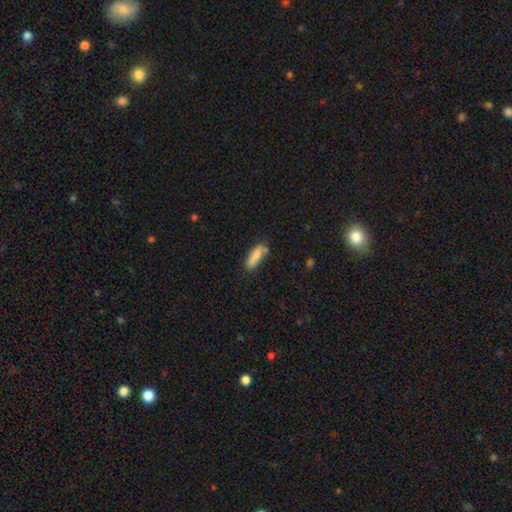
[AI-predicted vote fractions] Smooth or featured: smooth — 80% (featured or disk — 13%)
How rounded: cigar-shaped — 55% (in between — 43%)
Merging: none — 65% (minor disturbance — 23%)